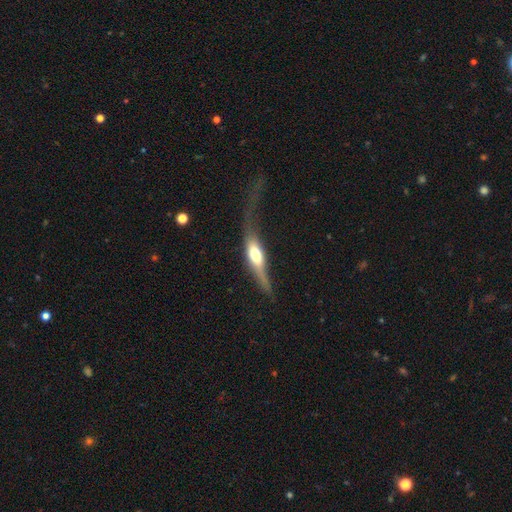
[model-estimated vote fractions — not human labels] Smooth or featured? featured or disk (53%)
Edge-on disk? yes (82%)
Merging? none (39%)